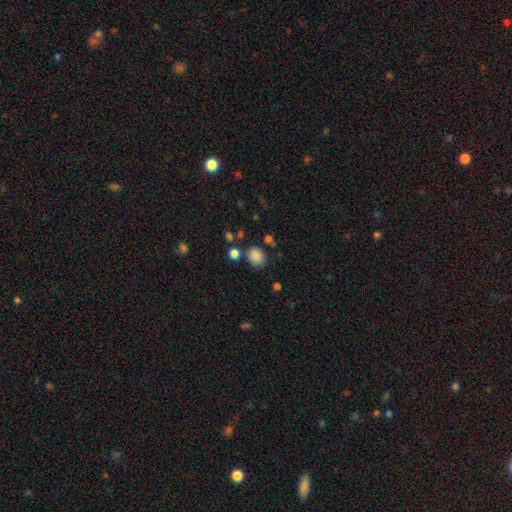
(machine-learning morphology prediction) This is clearly a smooth galaxy (84%). How rounded: possibly round (52%). Merging: likely none (74%).